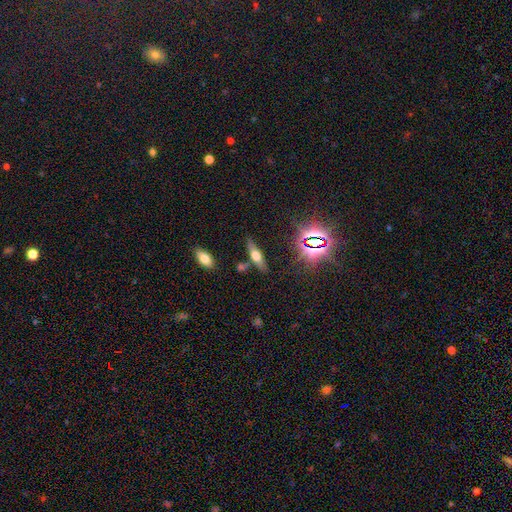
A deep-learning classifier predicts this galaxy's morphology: smooth 47%, featured or disk 36%, star or artifact 16%. Down the decision tree: merging — none (74%).